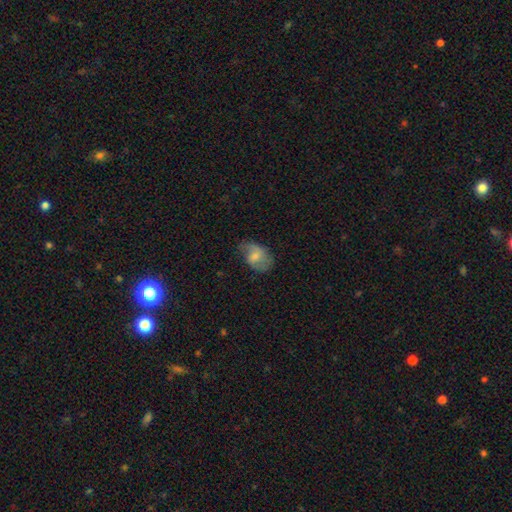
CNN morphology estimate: Q: Smooth or featured?
A: smooth (53%); runner-up: featured or disk (39%)
Q: How rounded?
A: in between (81%); runner-up: round (18%)
Q: Merging?
A: none (56%); runner-up: minor disturbance (29%)